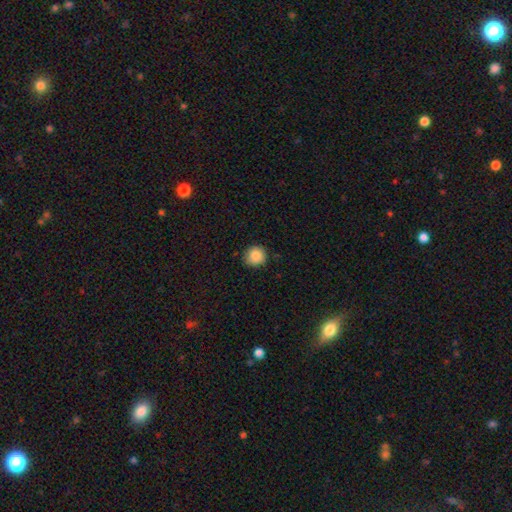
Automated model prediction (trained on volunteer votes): A smooth galaxy with no disk features (88%) that is round (92%). Merging: none (85%).